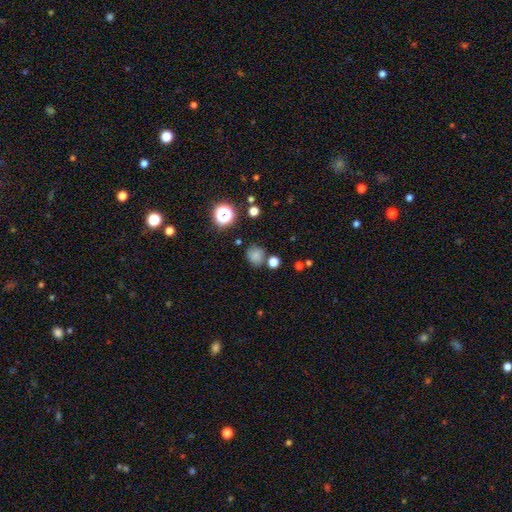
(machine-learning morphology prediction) Smooth or featured?
  - smooth: 75% *
  - star or artifact: 18%
  - featured or disk: 7%
How rounded?
  - round: 85% *
  - in between: 14%
  - cigar-shaped: 1%
Merging?
  - none: 75% *
  - minor disturbance: 13%
  - merger: 8%
  - major disturbance: 4%